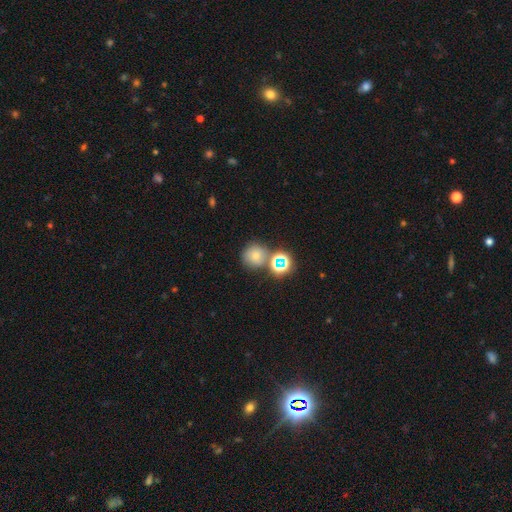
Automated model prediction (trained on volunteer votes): A smooth galaxy with no disk features (64%) that is round (89%).

Vote fractions:
- Smooth or featured? smooth: 64% / star or artifact: 24% / featured or disk: 12%
- How rounded? round: 89% / in between: 10% / cigar-shaped: 1%
- Merging? none: 65% / merger: 20% / minor disturbance: 11% / major disturbance: 4%